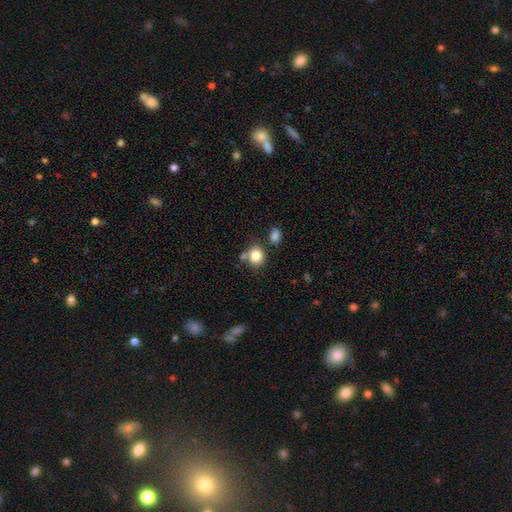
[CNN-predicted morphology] Q: Smooth or featured?
A: smooth (83%); runner-up: star or artifact (10%)
Q: How rounded?
A: round (74%); runner-up: in between (25%)
Q: Merging?
A: none (65%); runner-up: merger (17%)